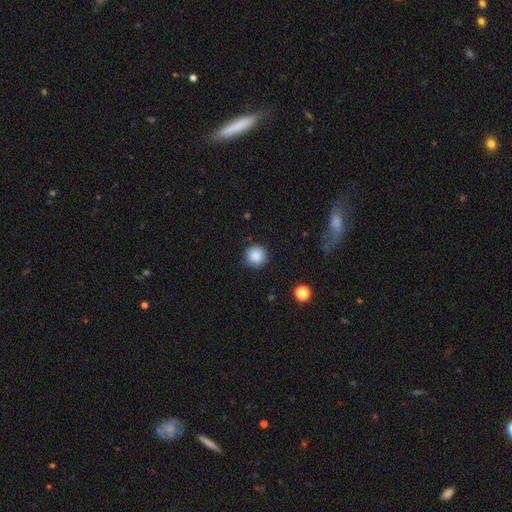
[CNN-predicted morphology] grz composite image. It shows a smooth galaxy with no disk features (87%) that is round (95%). Merging: none (88%).